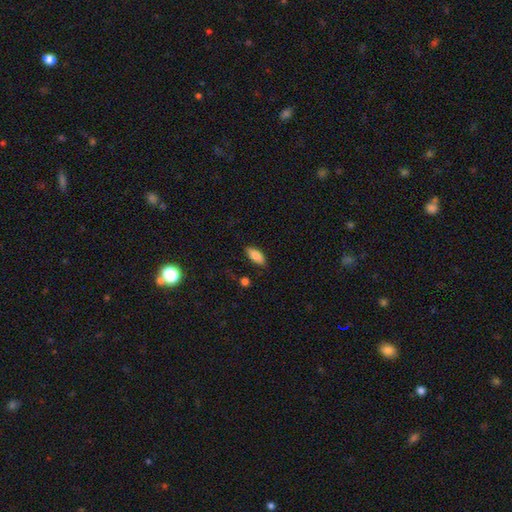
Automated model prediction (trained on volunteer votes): Morphology: type=smooth (84%); roundness=in between (83%); merging=none (85%).